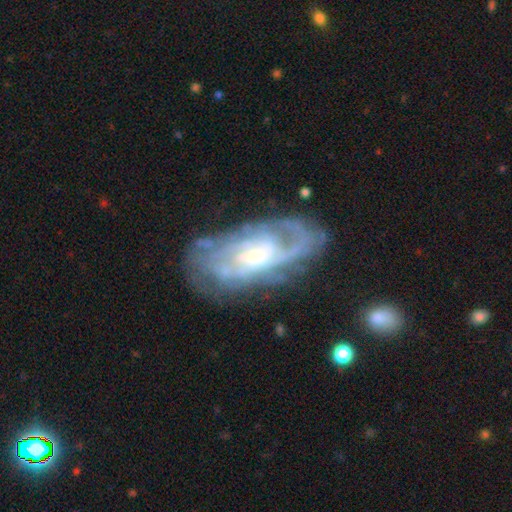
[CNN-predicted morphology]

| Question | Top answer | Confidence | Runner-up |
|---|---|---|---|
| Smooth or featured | featured or disk | 83% | smooth (11%) |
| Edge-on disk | no | 94% | yes (6%) |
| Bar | no | 66% | weak (28%) |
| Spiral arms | yes | 90% | no (10%) |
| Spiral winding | tight | 56% | medium (32%) |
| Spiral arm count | can't tell | 46% | 2 (23%) |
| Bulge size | small | 67% | moderate (26%) |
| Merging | none | 66% | minor disturbance (20%) |